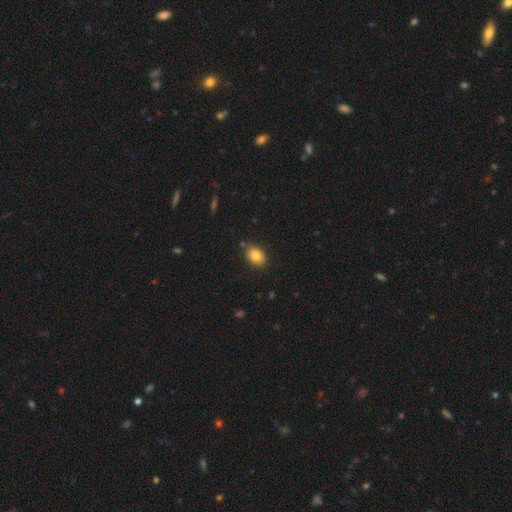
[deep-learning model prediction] The model was most divided on "how rounded": in between: 74%, round: 25%, cigar-shaped: 1%. More confident: smooth or featured — smooth (83%); merging — none (81%).